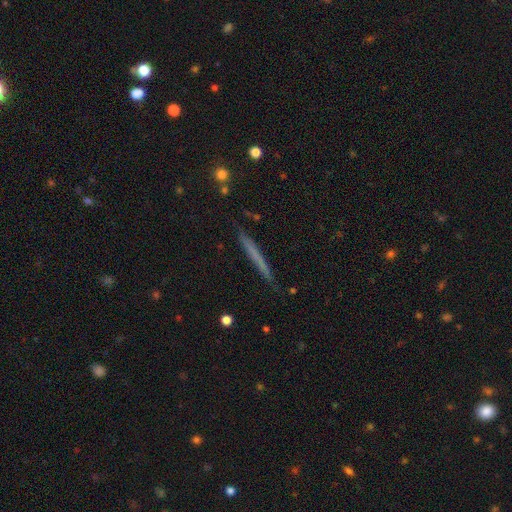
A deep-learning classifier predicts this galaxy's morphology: Overall: smooth (55%; featured or disk 38%). How rounded: cigar-shaped (96%). Merging: none (88%).